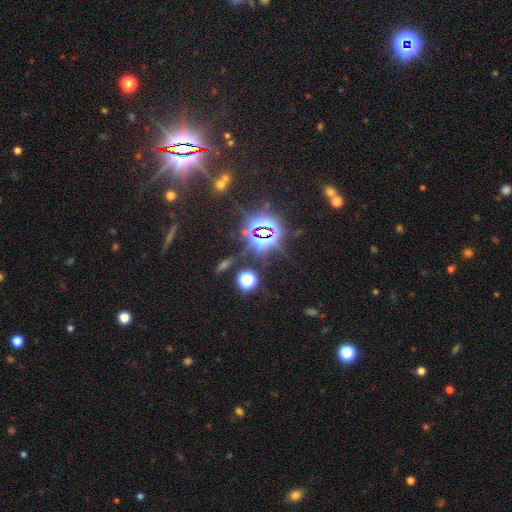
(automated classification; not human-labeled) Q: Smooth or featured?
A: star or artifact (84%); runner-up: smooth (9%)